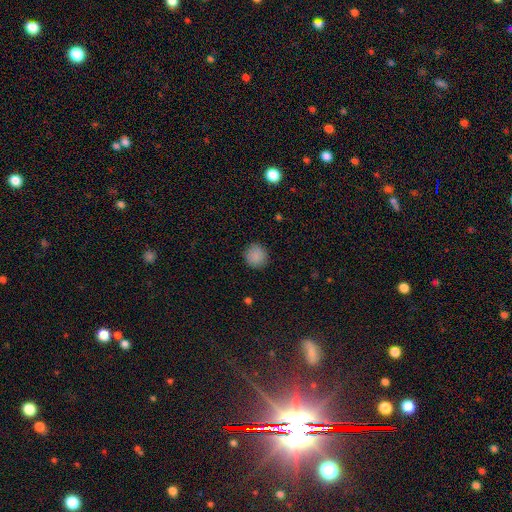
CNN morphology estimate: Smooth or featured: smooth — 88% (star or artifact — 9%)
How rounded: round — 94% (in between — 5%)
Merging: none — 91% (minor disturbance — 6%)